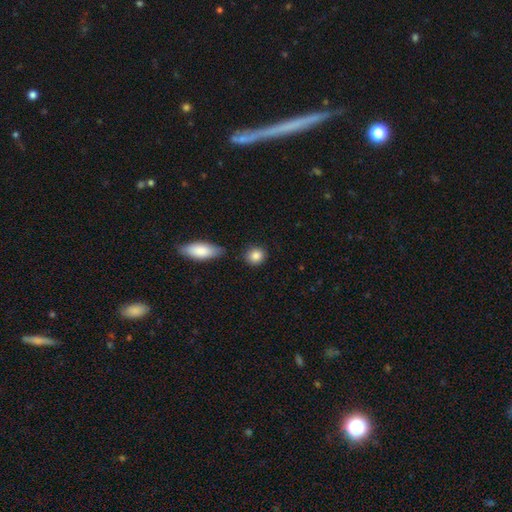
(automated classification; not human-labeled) Q: Smooth or featured?
A: smooth (86%); runner-up: star or artifact (8%)
Q: How rounded?
A: round (80%); runner-up: in between (18%)
Q: Merging?
A: none (83%); runner-up: minor disturbance (10%)